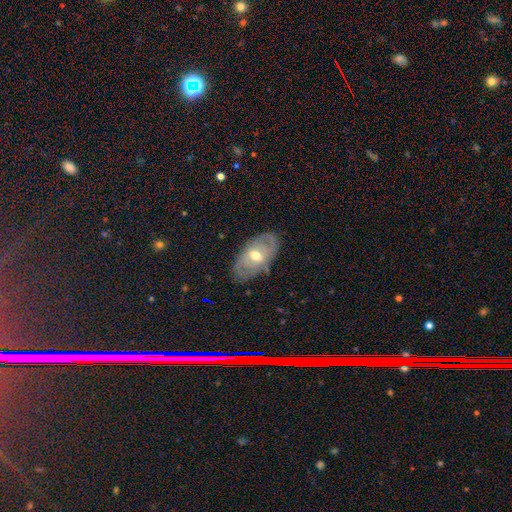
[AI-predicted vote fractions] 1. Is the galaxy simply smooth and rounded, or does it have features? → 58% featured or disk, 35% smooth, 7% star or artifact.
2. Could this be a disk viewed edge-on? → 88% no, 12% yes.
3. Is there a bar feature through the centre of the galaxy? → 47% weak, 38% no, 15% strong.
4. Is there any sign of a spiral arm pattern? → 54% yes, 46% no.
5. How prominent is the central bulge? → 72% moderate, 19% small, 7% large, 1% none, 1% dominant.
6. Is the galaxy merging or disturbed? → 75% none, 19% minor disturbance, 5% major disturbance, 1% merger.